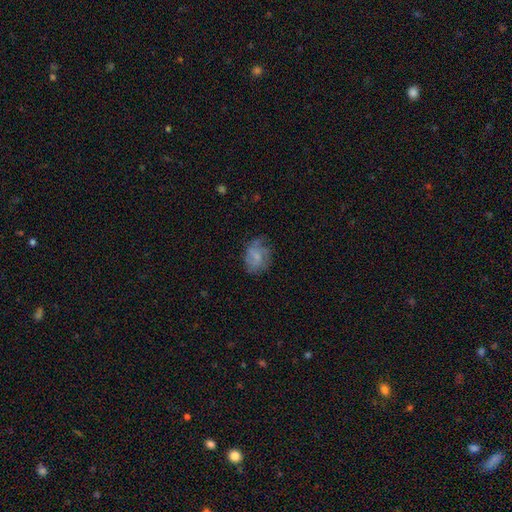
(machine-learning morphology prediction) type=smooth (51%); roundness=in between (58%); merging=none (54%).